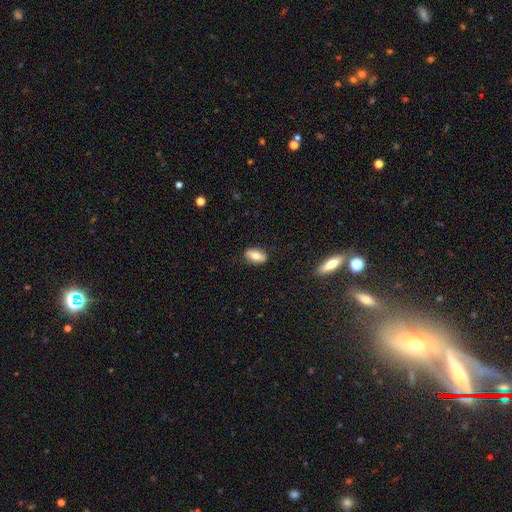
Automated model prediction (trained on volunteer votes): smooth 74%, featured or disk 19%, star or artifact 7%. Down the decision tree: how rounded — in between (89%); merging — none (84%).